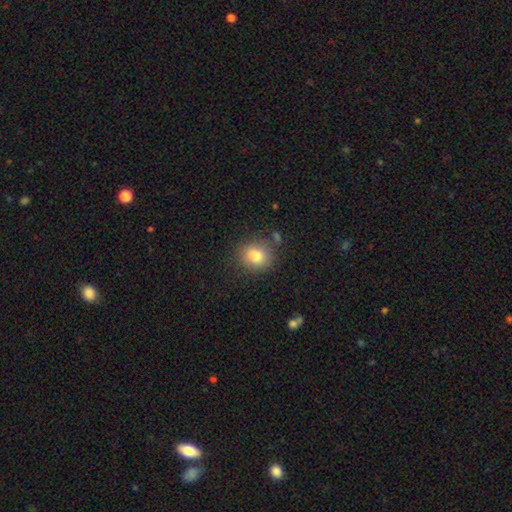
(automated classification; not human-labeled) Smooth or featured? Predicted: smooth (p=0.82). How rounded? Predicted: round (p=0.71). Merging? Predicted: none (p=0.79).